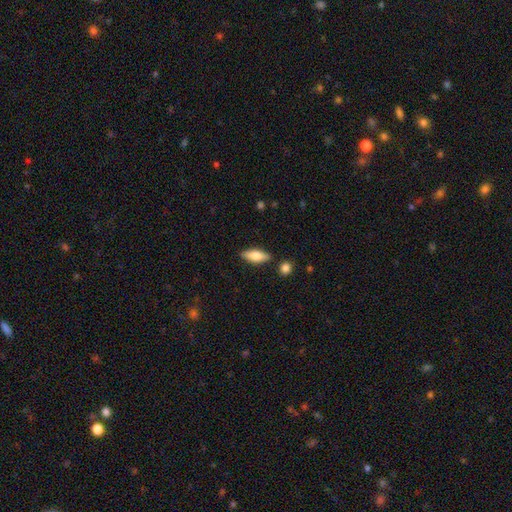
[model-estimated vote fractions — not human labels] This appears to be a smooth galaxy with no disk features (70%) that is in between round and cigar-shaped (66%). Merging: none (84%).